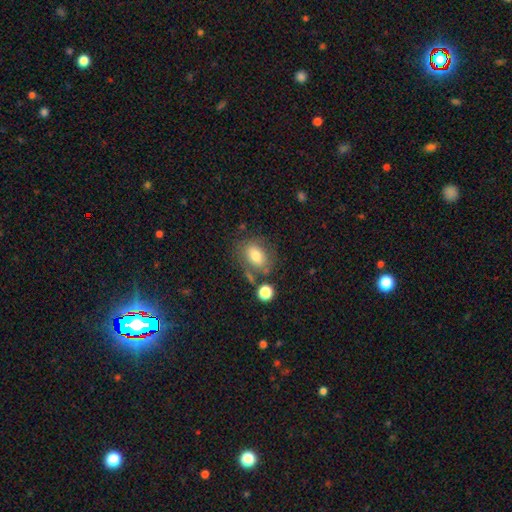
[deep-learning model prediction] Q: Smooth or featured?
A: smooth (74%); runner-up: featured or disk (16%)
Q: How rounded?
A: in between (73%); runner-up: round (25%)
Q: Merging?
A: none (64%); runner-up: minor disturbance (17%)